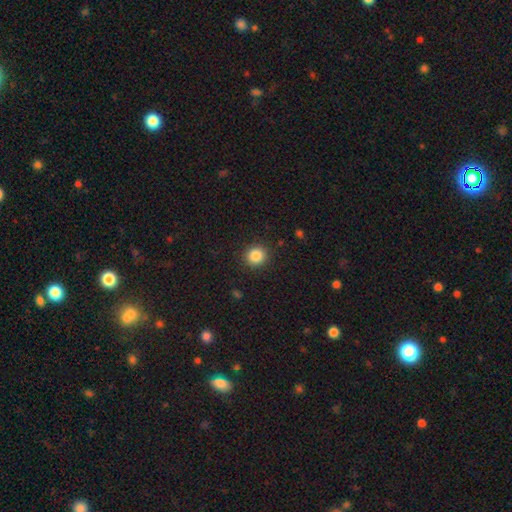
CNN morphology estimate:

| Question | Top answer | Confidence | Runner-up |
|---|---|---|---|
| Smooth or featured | smooth | 85% | star or artifact (10%) |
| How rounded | round | 91% | in between (8%) |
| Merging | none | 91% | minor disturbance (6%) |